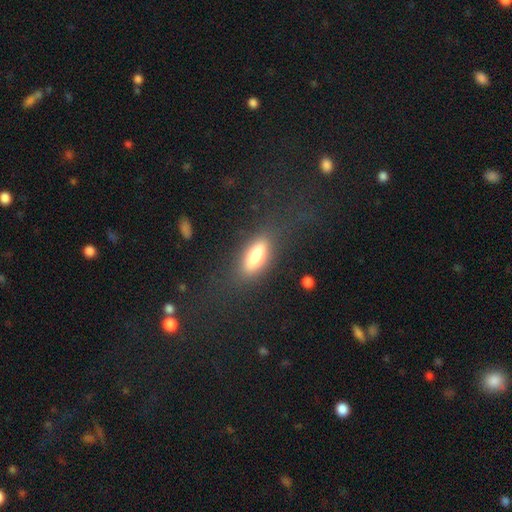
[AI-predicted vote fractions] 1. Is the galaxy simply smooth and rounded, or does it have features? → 78% smooth, 15% featured or disk, 7% star or artifact.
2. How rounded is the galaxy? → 66% in between, 31% cigar-shaped, 3% round.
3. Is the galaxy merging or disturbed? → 78% none, 13% minor disturbance, 7% major disturbance, 2% merger.